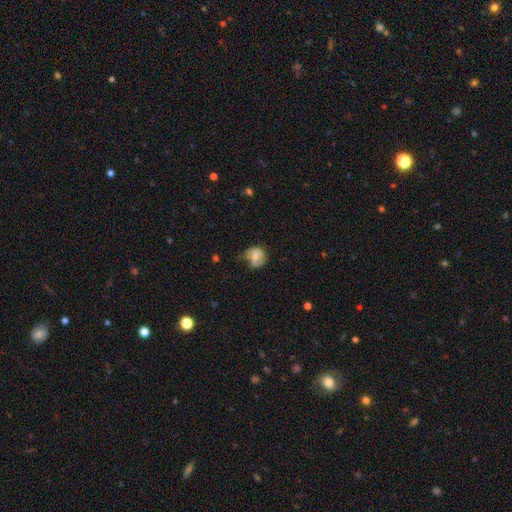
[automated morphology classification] A smooth galaxy with no disk features (62%) that is round (68%).

Vote fractions:
- Smooth or featured? smooth: 62% / featured or disk: 29% / star or artifact: 9%
- How rounded? round: 68% / in between: 31% / cigar-shaped: 1%
- Merging? none: 42% / minor disturbance: 34% / major disturbance: 20% / merger: 4%